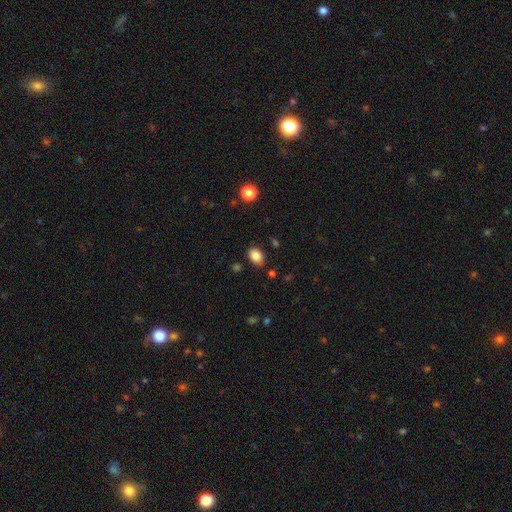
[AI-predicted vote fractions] smooth_or_featured: smooth (p=0.85) [alt: star or artifact p=0.09]
how_rounded: in between (p=0.76) [alt: round p=0.23]
merging: none (p=0.83) [alt: minor disturbance p=0.12]